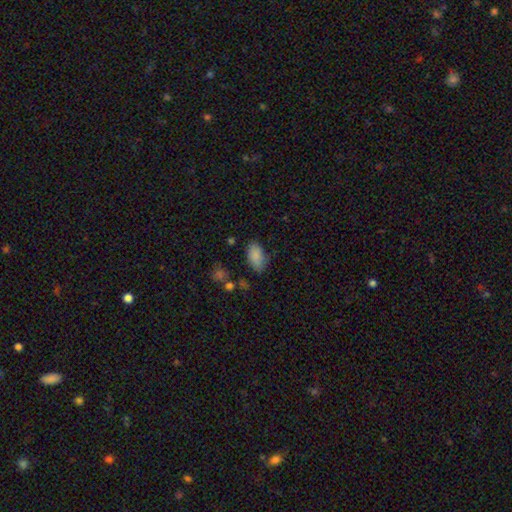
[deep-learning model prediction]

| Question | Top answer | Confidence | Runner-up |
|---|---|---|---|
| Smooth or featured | smooth | 86% | star or artifact (8%) |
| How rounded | in between | 93% | round (5%) |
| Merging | none | 69% | minor disturbance (22%) |